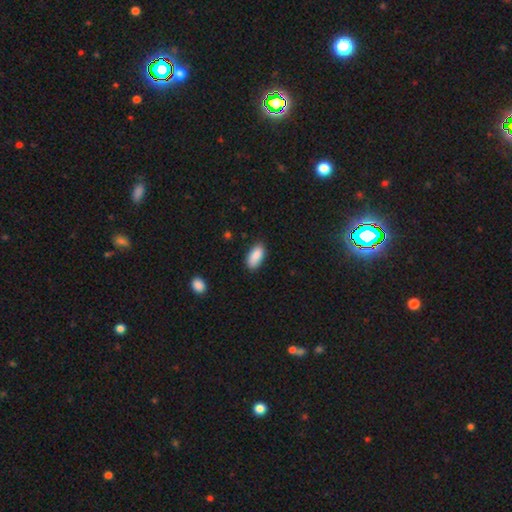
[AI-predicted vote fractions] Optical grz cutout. It shows a smooth galaxy with no disk features (88%) that is in between round and cigar-shaped (91%). Merging: none (83%).